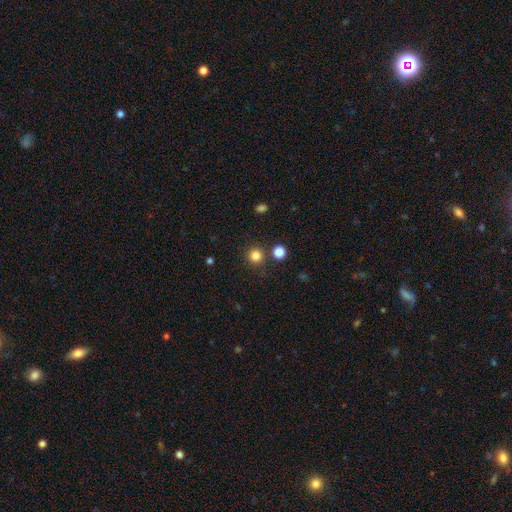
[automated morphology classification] A smooth galaxy with no disk features (82%) that is round (94%).

Vote fractions:
- Smooth or featured? smooth: 82% / star or artifact: 14% / featured or disk: 4%
- How rounded? round: 94% / in between: 5% / cigar-shaped: 1%
- Merging? none: 84% / merger: 7% / minor disturbance: 6% / major disturbance: 3%